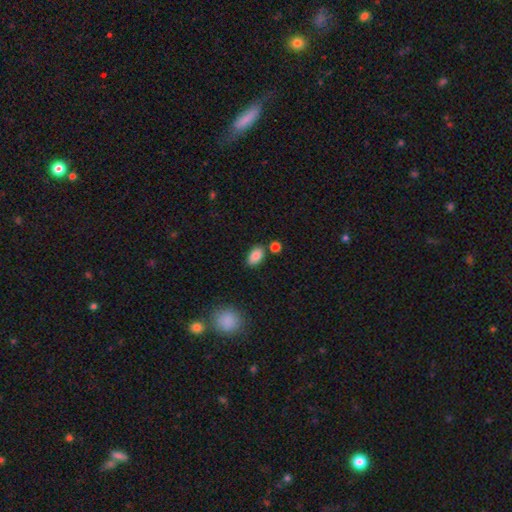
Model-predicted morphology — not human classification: The model was most divided on "merging": none: 78%, minor disturbance: 12%, merger: 8%, major disturbance: 3%. More confident: how rounded — in between (90%); smooth or featured — smooth (85%).